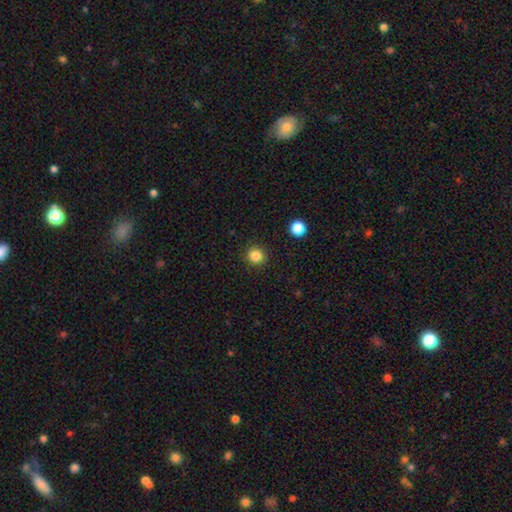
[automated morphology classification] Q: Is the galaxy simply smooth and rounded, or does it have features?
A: smooth — 84%.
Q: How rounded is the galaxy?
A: round — 91%.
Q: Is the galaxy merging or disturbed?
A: none — 91%.